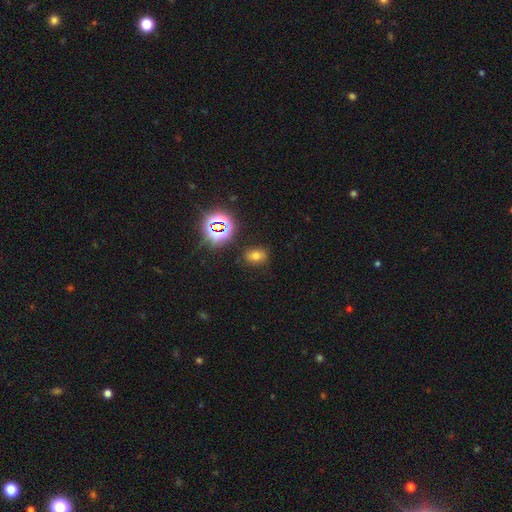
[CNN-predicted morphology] Smooth or featured: smooth — 61% (star or artifact — 28%)
How rounded: in between — 76% (round — 22%)
Merging: none — 80% (minor disturbance — 13%)